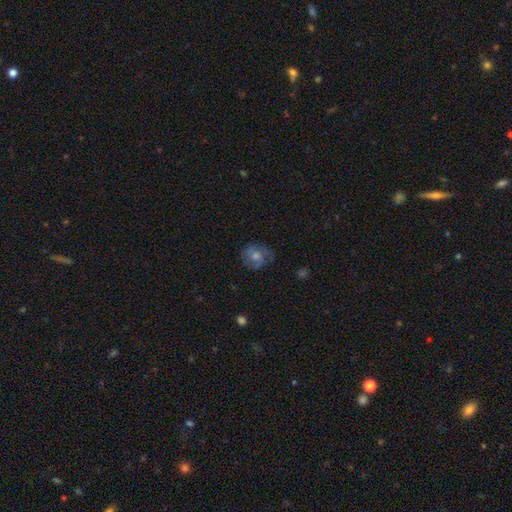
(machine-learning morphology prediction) This appears to be a featured or disk galaxy (52%) with no bar (76%), spiral arms (82%) and a moderate central bulge (55%). Merging: none (70%).